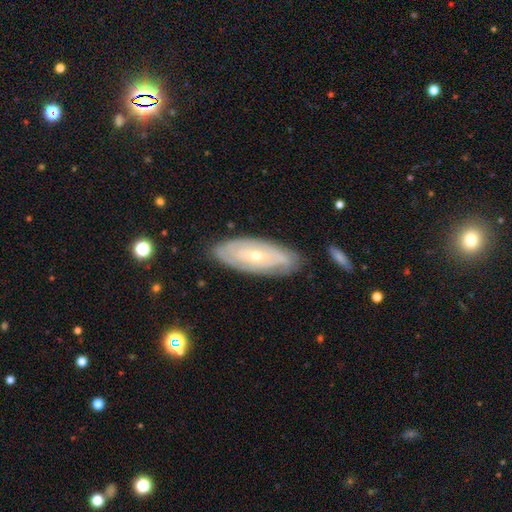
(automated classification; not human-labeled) This is likely a featured or disk galaxy (70%). It is clearly not viewed edge-on (86%). Bar: likely no (67%). Spiral arm pattern: likely yes (76%). Central bulge: likely small (64%). Merging: clearly none (81%).